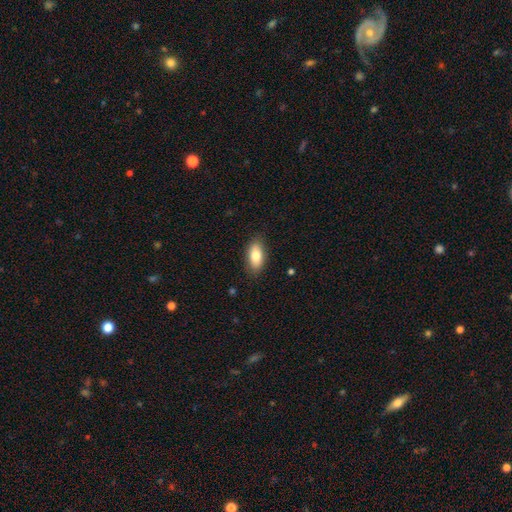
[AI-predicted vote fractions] Smooth or featured?
  - smooth: 81% *
  - featured or disk: 12%
  - star or artifact: 7%
How rounded?
  - in between: 89% *
  - cigar-shaped: 7%
  - round: 4%
Merging?
  - none: 86% *
  - minor disturbance: 11%
  - major disturbance: 2%
  - merger: 1%